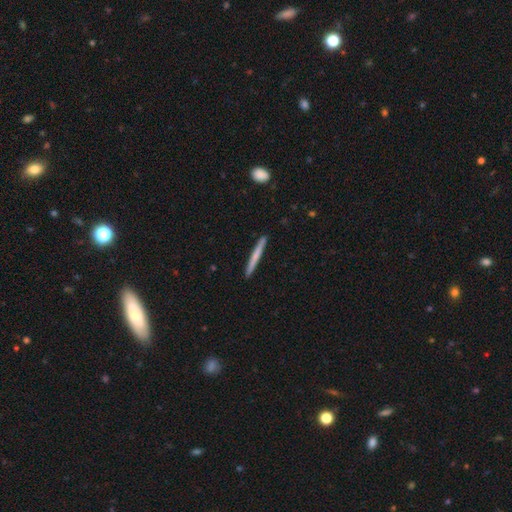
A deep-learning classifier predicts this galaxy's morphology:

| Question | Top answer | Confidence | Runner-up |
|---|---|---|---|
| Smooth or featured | smooth | 59% | featured or disk (35%) |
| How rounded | cigar-shaped | 97% | in between (2%) |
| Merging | none | 92% | minor disturbance (6%) |